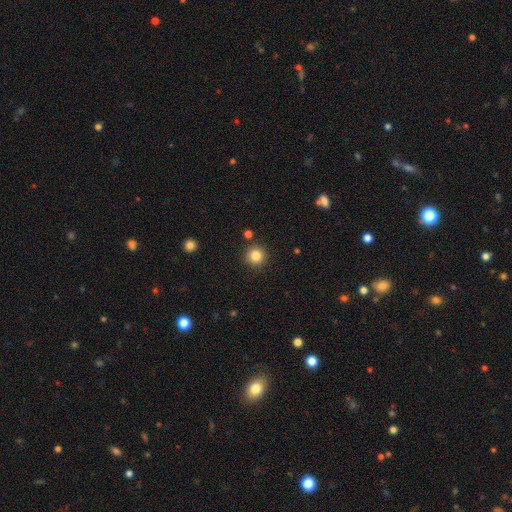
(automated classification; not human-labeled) This is clearly a smooth galaxy (84%). How rounded: clearly round (95%). Merging: clearly none (89%).